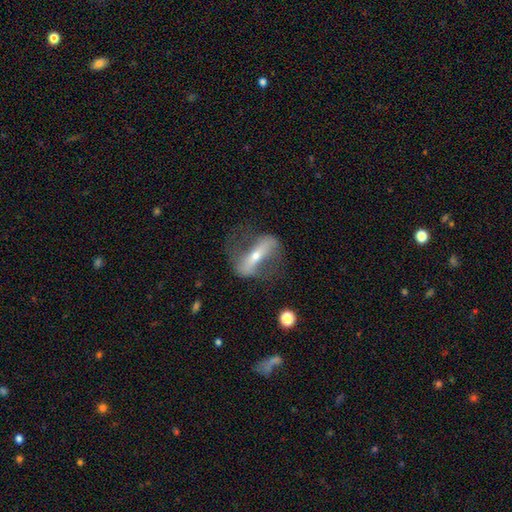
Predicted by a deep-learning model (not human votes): Overall: featured or disk (73%). Edge-on disk: no (66%; yes 34%). Merging: none (56%; major disturbance 22%).